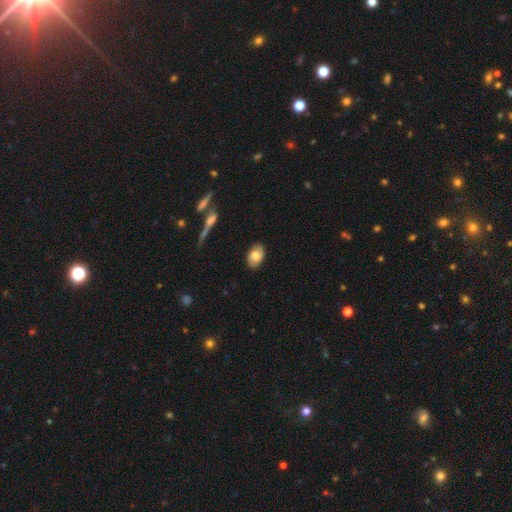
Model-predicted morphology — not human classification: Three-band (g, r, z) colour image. It shows a smooth galaxy with no disk features (72%) that is in between round and cigar-shaped (87%). Merging: none (85%).